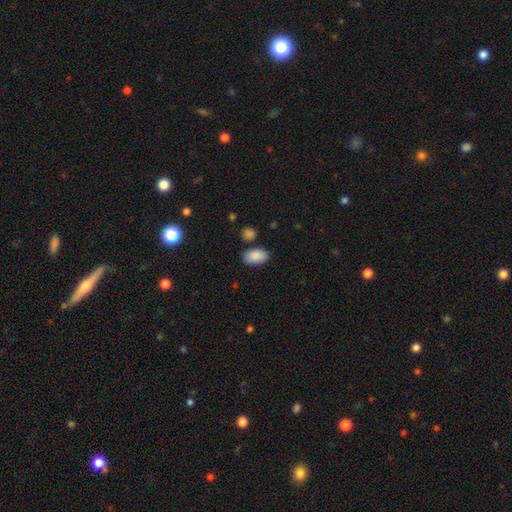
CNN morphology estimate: Smooth or featured: smooth — 88% (star or artifact — 7%)
How rounded: in between — 93% (round — 5%)
Merging: none — 78% (minor disturbance — 14%)